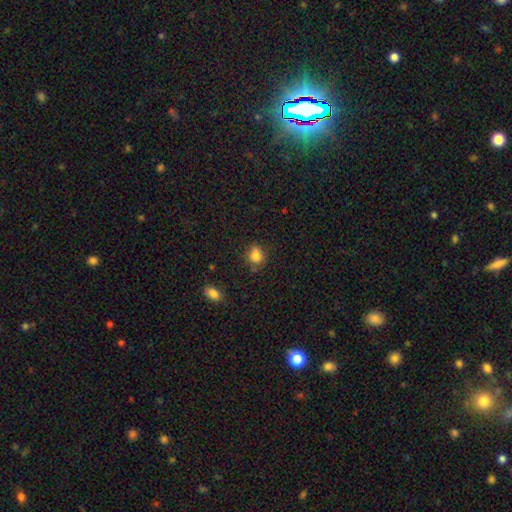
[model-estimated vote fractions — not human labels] This appears to be a smooth galaxy with no disk features (83%) that is round (72%). Merging: none (75%).